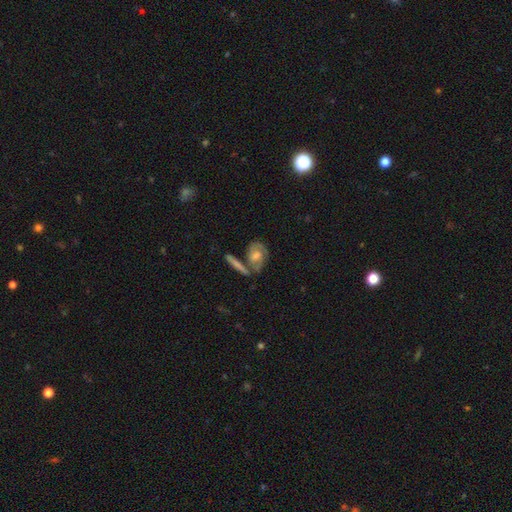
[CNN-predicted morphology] A featured or disk galaxy (63%) with no bar (66%), spiral arms (76%) and a moderate central bulge (57%). Merging: none (59%).